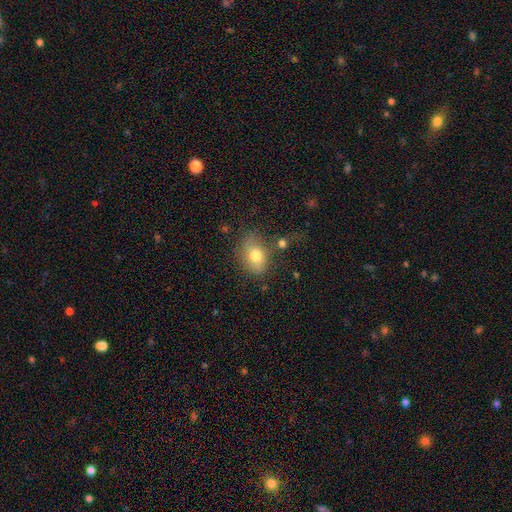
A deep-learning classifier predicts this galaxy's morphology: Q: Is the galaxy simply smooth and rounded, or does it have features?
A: smooth — 71%.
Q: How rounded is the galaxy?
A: in between — 67%.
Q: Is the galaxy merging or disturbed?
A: none — 63%.